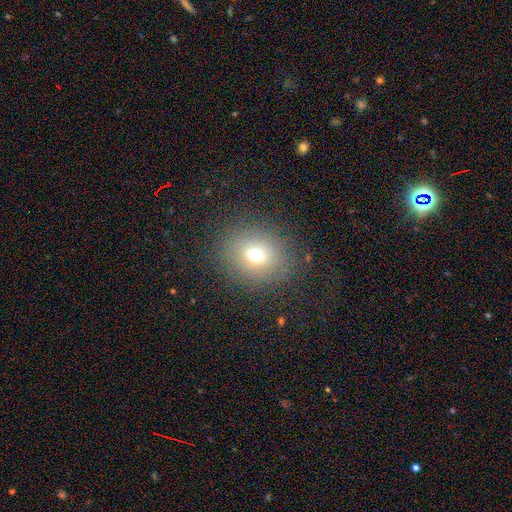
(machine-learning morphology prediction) smooth_or_featured: smooth (p=0.67) [alt: star or artifact p=0.19]
how_rounded: round (p=0.68) [alt: in between p=0.31]
merging: none (p=0.84) [alt: minor disturbance p=0.09]